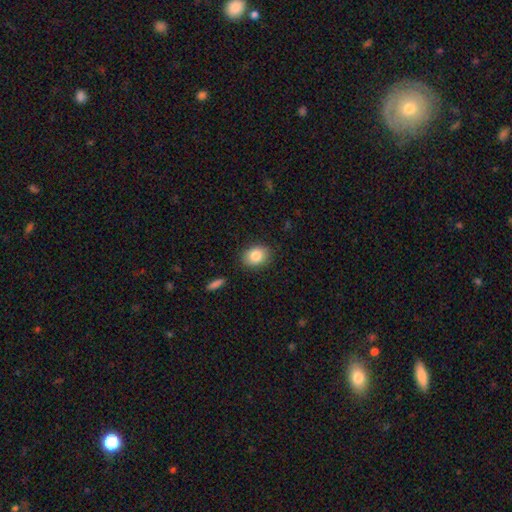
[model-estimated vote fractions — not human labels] Smooth or featured? Predicted: smooth (p=0.84). How rounded? Predicted: in between (p=0.66). Merging? Predicted: none (p=0.87).